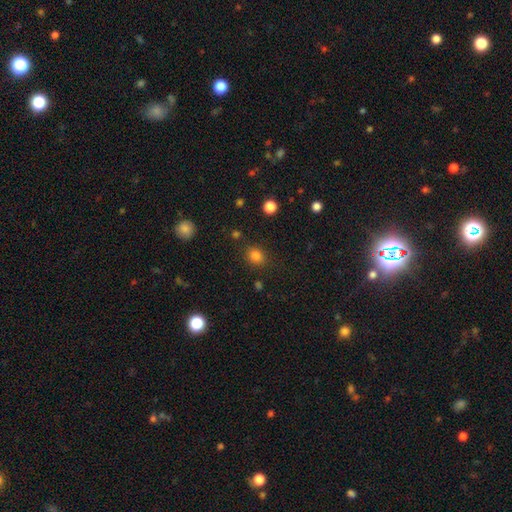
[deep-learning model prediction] Morphology: type=smooth (83%); roundness=round (64%); merging=none (84%).